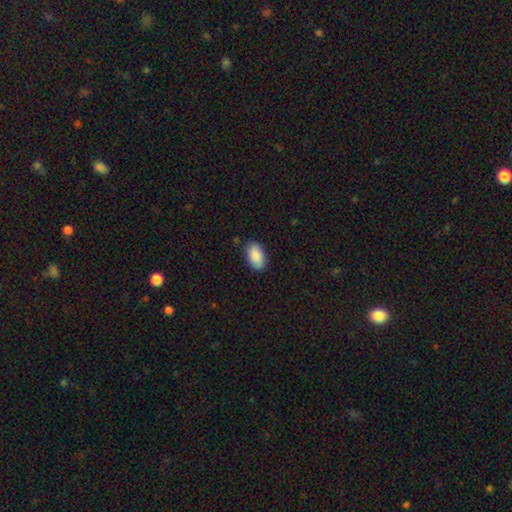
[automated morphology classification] smooth-or-featured: smooth: 89% | star or artifact: 6% | featured or disk: 4%
  how-rounded: in between: 94% | round: 4% | cigar-shaped: 2%
  merging: none: 85% | minor disturbance: 12% | major disturbance: 2% | merger: 1%